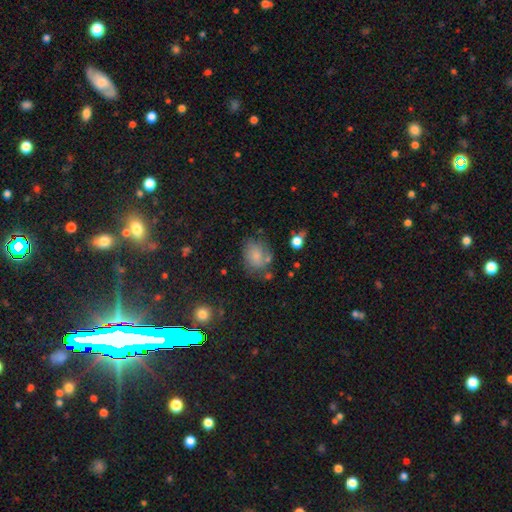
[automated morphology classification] Smooth or featured? Predicted: smooth (p=0.72). How rounded? Predicted: in between (p=0.58). Merging? Predicted: none (p=0.58).